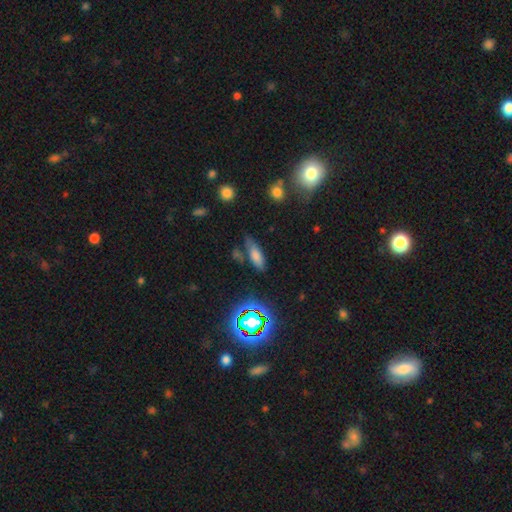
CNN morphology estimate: This is likely a smooth galaxy (69%). How rounded: possibly in between (55%). Merging: likely none (65%).